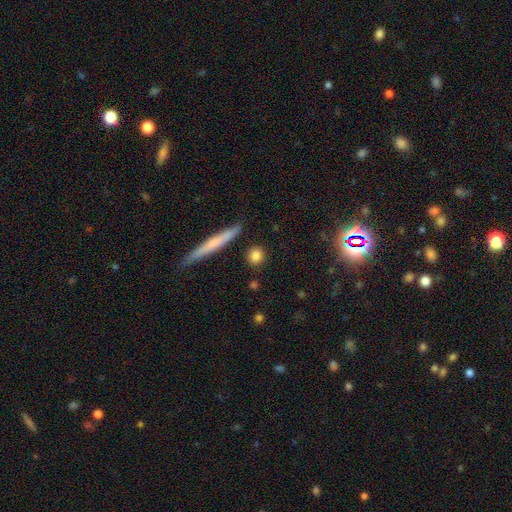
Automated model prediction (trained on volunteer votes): A smooth galaxy with no disk features (83%) that is round (77%).

Vote fractions:
- Smooth or featured? smooth: 83% / featured or disk: 9% / star or artifact: 8%
- How rounded? round: 77% / in between: 14% / cigar-shaped: 9%
- Merging? none: 88% / minor disturbance: 7% / merger: 3% / major disturbance: 2%